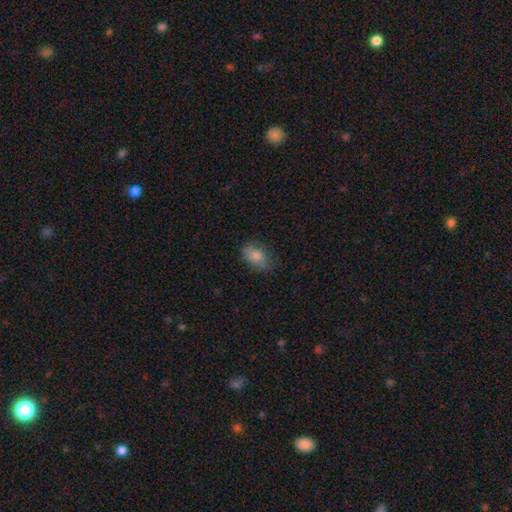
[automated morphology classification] This is likely a smooth galaxy (79%). How rounded: clearly in between (83%). Merging: likely none (75%).